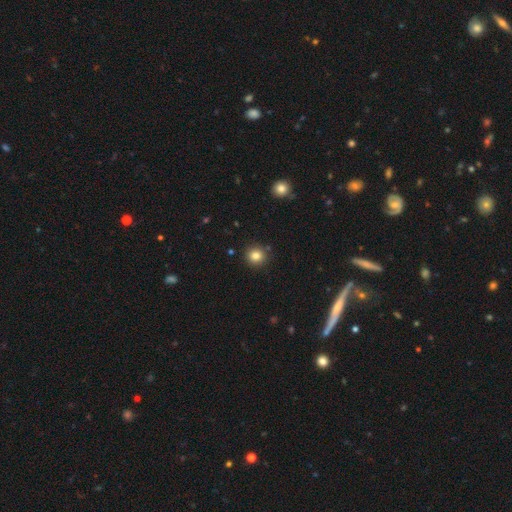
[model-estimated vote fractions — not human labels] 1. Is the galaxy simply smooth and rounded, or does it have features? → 83% smooth, 11% star or artifact, 5% featured or disk.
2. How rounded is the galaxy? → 91% round, 8% in between, 1% cigar-shaped.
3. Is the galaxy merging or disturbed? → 89% none, 6% minor disturbance, 2% merger, 2% major disturbance.